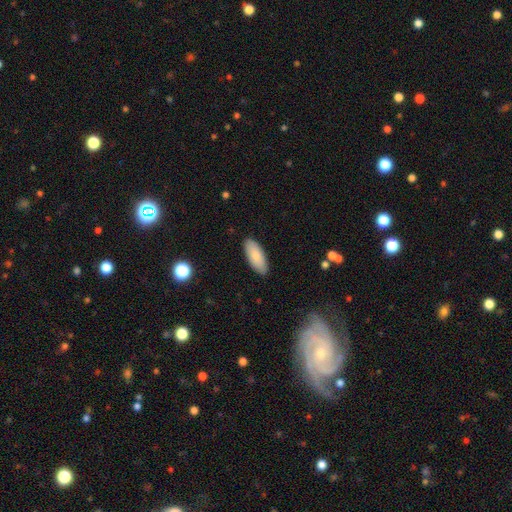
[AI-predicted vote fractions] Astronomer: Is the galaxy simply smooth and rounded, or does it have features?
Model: smooth — 83%.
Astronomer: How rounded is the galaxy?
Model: in between — 83%.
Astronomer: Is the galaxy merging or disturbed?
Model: none — 88%.